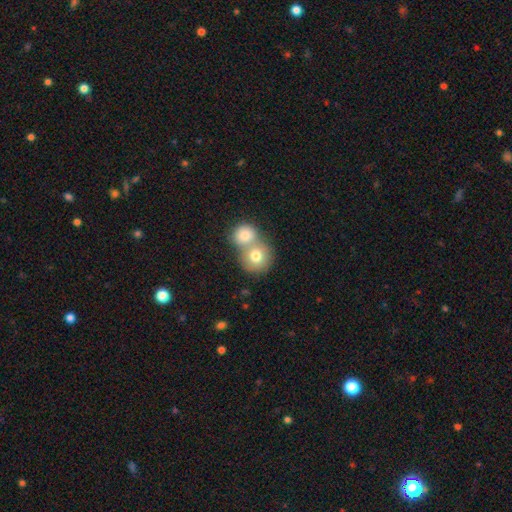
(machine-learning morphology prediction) Q: Smooth or featured?
A: smooth (76%); runner-up: featured or disk (15%)
Q: How rounded?
A: round (84%); runner-up: in between (15%)
Q: Merging?
A: merger (59%); runner-up: none (33%)